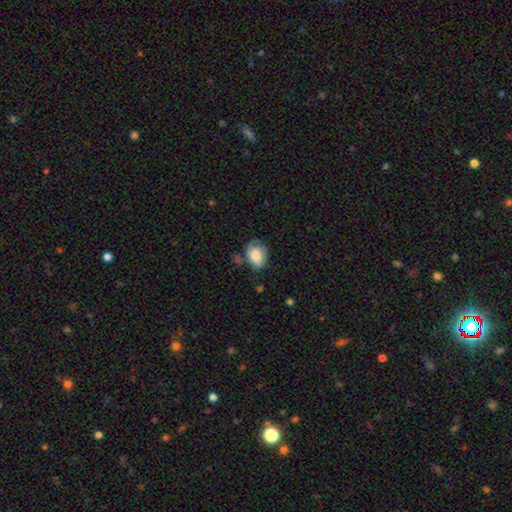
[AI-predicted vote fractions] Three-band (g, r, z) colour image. It shows a smooth galaxy with no disk features (77%) that is in between round and cigar-shaped (73%). Merging: none (56%).